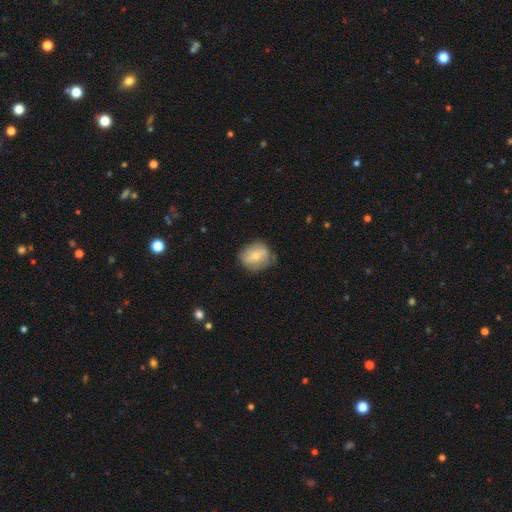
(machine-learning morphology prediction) A smooth galaxy with no disk features (61%) that is round (66%).

Vote fractions:
- Smooth or featured? smooth: 61% / featured or disk: 31% / star or artifact: 8%
- How rounded? round: 66% / in between: 33% / cigar-shaped: 1%
- Merging? none: 67% / minor disturbance: 25% / major disturbance: 6% / merger: 2%